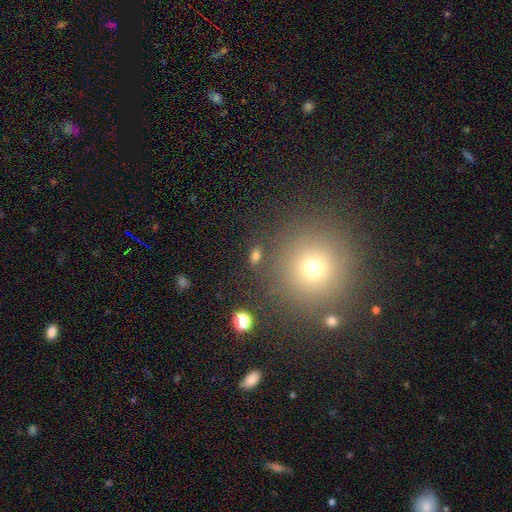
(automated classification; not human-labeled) A smooth galaxy with no disk features (74%) that is in between round and cigar-shaped (76%).

Vote fractions:
- Smooth or featured? smooth: 74% / star or artifact: 18% / featured or disk: 8%
- How rounded? in between: 76% / round: 19% / cigar-shaped: 5%
- Merging? none: 80% / minor disturbance: 10% / merger: 6% / major disturbance: 5%